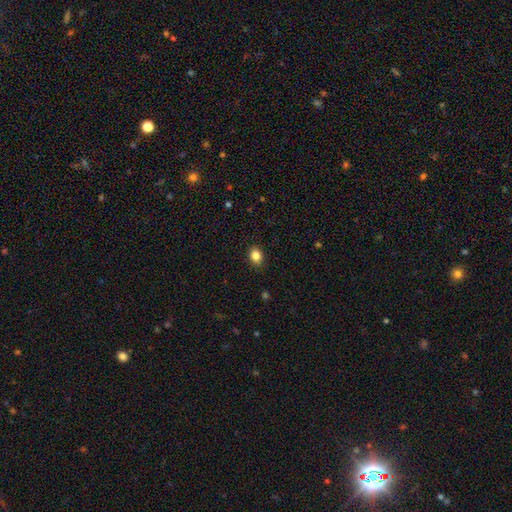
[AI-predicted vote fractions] Smooth or featured? Predicted: smooth (p=0.85). How rounded? Predicted: in between (p=0.62). Merging? Predicted: none (p=0.89).